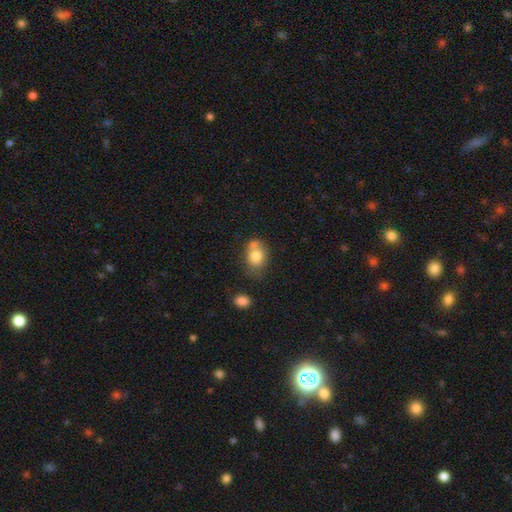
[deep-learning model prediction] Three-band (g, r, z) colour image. It shows a smooth galaxy with no disk features (77%) that is in between round and cigar-shaped (53%). Merging: none (44%).